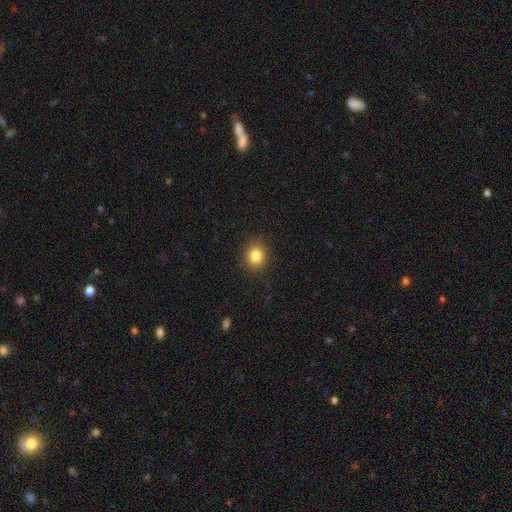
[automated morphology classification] Smooth or featured?
  - smooth: 83% *
  - star or artifact: 11%
  - featured or disk: 6%
How rounded?
  - round: 74% *
  - in between: 25%
  - cigar-shaped: 1%
Merging?
  - none: 90% *
  - minor disturbance: 7%
  - major disturbance: 2%
  - merger: 1%